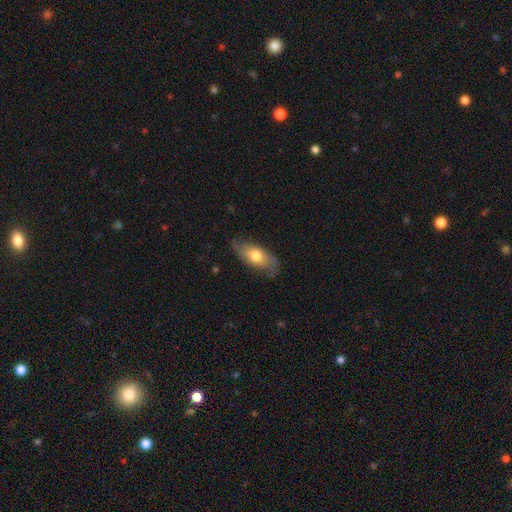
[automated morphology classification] smooth 64%, featured or disk 30%, star or artifact 6%. Down the decision tree: how rounded — in between (83%); merging — none (71%).